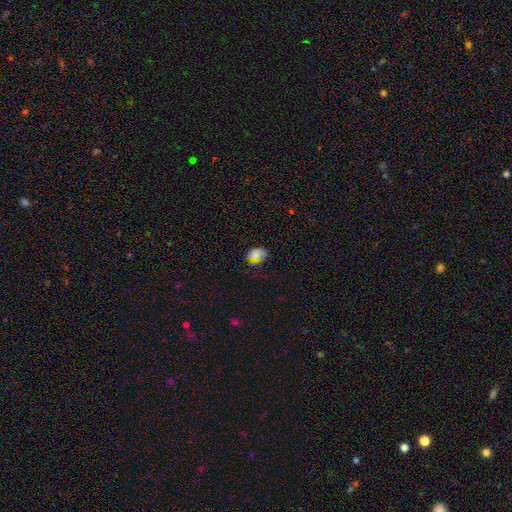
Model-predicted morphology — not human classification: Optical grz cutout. It shows a smooth galaxy with no disk features (71%) that is in between round and cigar-shaped (74%). Merging: none (66%).